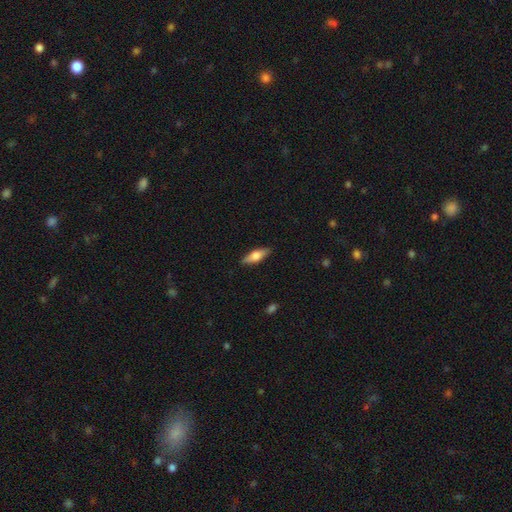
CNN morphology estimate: This is possibly a smooth galaxy (57%). How rounded: possibly in between (54%). Merging: clearly none (88%).